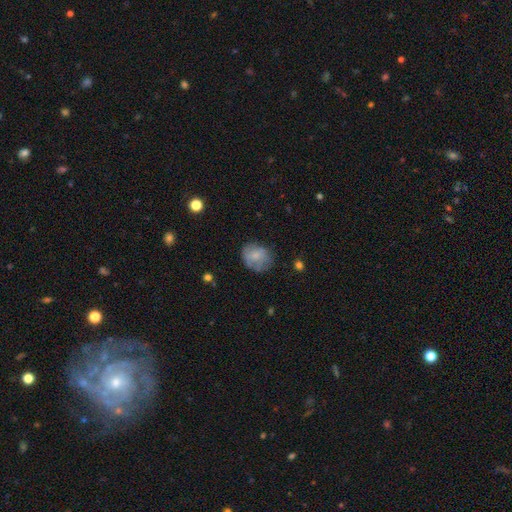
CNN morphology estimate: A smooth galaxy with no disk features (72%) that is round (56%).

Vote fractions:
- Smooth or featured? smooth: 72% / featured or disk: 20% / star or artifact: 8%
- How rounded? round: 56% / in between: 43% / cigar-shaped: 1%
- Merging? none: 62% / minor disturbance: 26% / major disturbance: 11% / merger: 2%